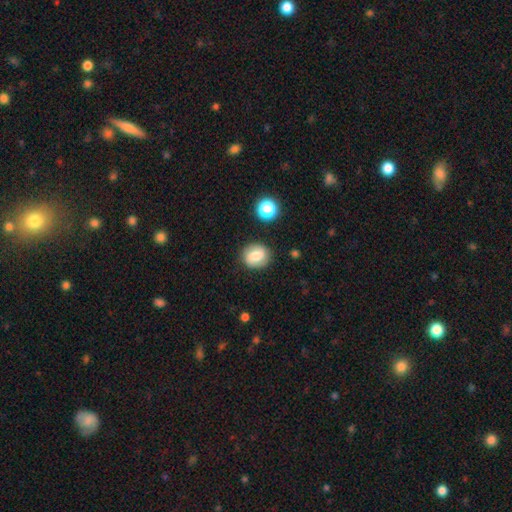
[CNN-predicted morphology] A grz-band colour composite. It shows a smooth galaxy with no disk features (63%) that is round (69%). Merging: none (84%).